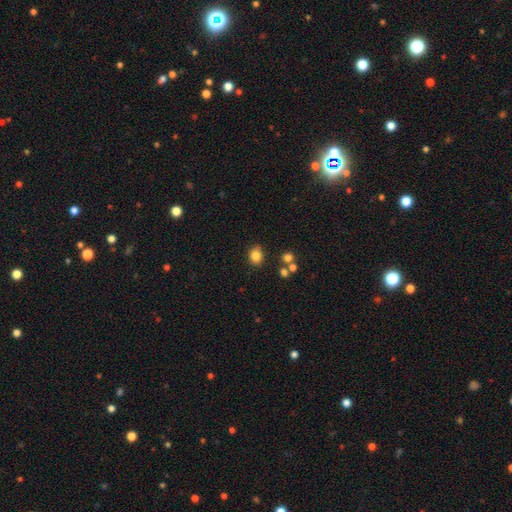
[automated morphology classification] A smooth galaxy with no disk features (83%) that is round (64%).

Vote fractions:
- Smooth or featured? smooth: 83% / star or artifact: 11% / featured or disk: 5%
- How rounded? round: 64% / in between: 35% / cigar-shaped: 1%
- Merging? none: 80% / minor disturbance: 12% / merger: 5% / major disturbance: 3%